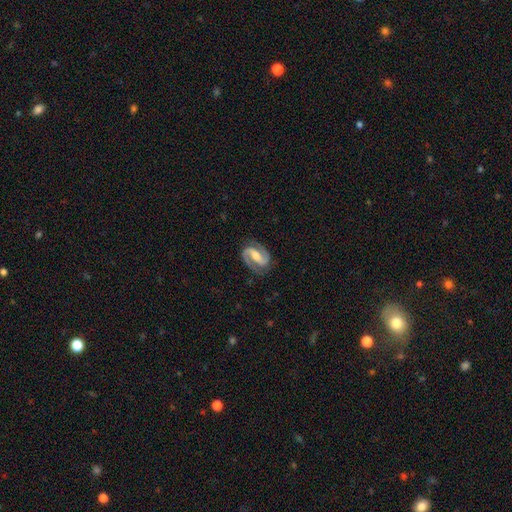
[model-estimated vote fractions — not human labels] Overall: featured or disk (91%). Edge-on disk: no (98%). Bar: strong (49%; weak 34%). Spiral arms: yes (98%). Spiral arm count: 2 (94%). Spiral winding: medium (54%; tight 33%). Bulge size: moderate (62%; small 27%). Merging: none (85%).